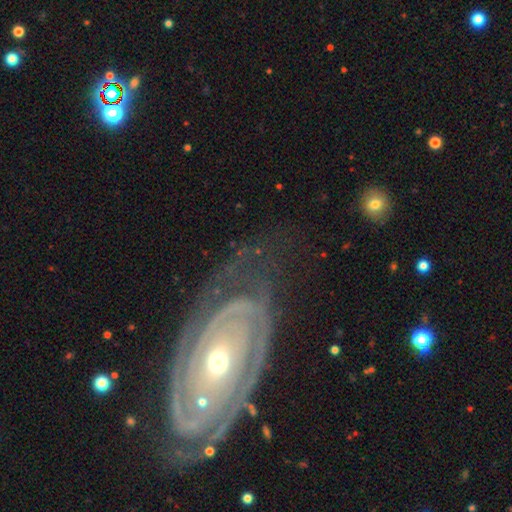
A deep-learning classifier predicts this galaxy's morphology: smooth-or-featured: featured or disk: 88% | star or artifact: 6% | smooth: 6%
  disk-edge-on: no: 95% | yes: 5%
    bar: no: 73% | weak: 16% | strong: 11%
    has-spiral-arms: yes: 96% | no: 4%
      spiral-winding: tight: 81% | medium: 15% | loose: 3%
      spiral-arm-count: 2: 48% | can't tell: 19% | 3: 15% | 4: 7% | more than 4: 6% | 1: 6%
    bulge-size: moderate: 55% | small: 39% | large: 3% | dominant: 1% | none: 1%
  merging: none: 72% | minor disturbance: 17% | major disturbance: 9% | merger: 3%